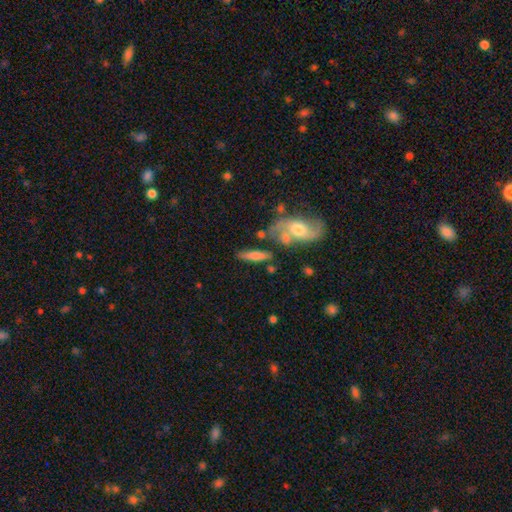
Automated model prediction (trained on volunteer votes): Overall: smooth (65%; featured or disk 28%). How rounded: cigar-shaped (70%). Merging: none (61%).